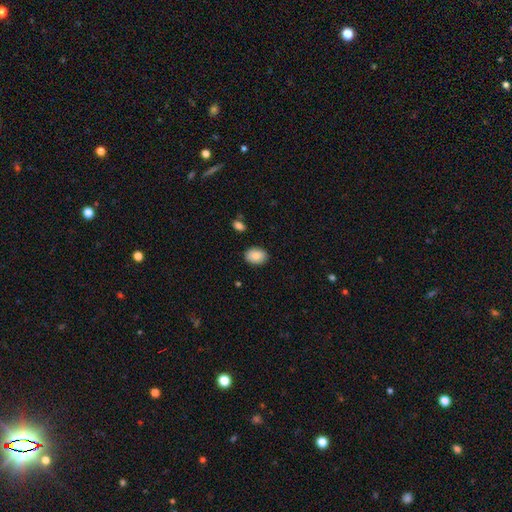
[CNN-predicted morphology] The model was most divided on "how rounded": in between: 76%, round: 23%, cigar-shaped: 1%. More confident: merging — none (88%); smooth or featured — smooth (87%).